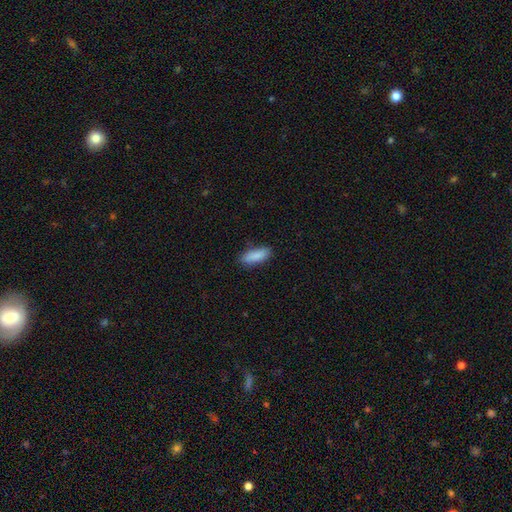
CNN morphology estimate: type=smooth (88%); roundness=in between (65%); merging=none (83%).